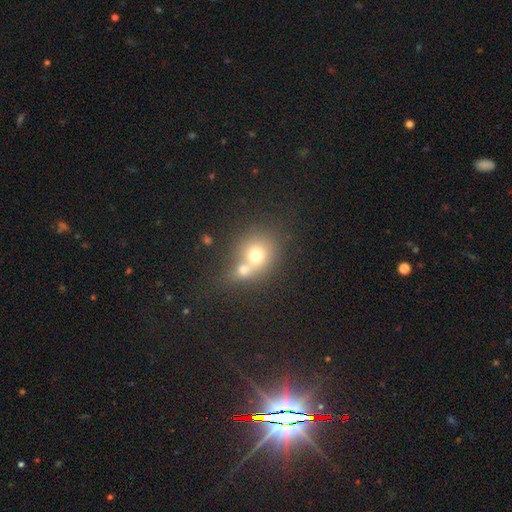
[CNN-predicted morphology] A smooth galaxy with no disk features (67%) that is round (74%).

Vote fractions:
- Smooth or featured? smooth: 67% / featured or disk: 20% / star or artifact: 13%
- How rounded? round: 74% / in between: 25% / cigar-shaped: 1%
- Merging? merger: 63% / none: 27% / minor disturbance: 7% / major disturbance: 4%